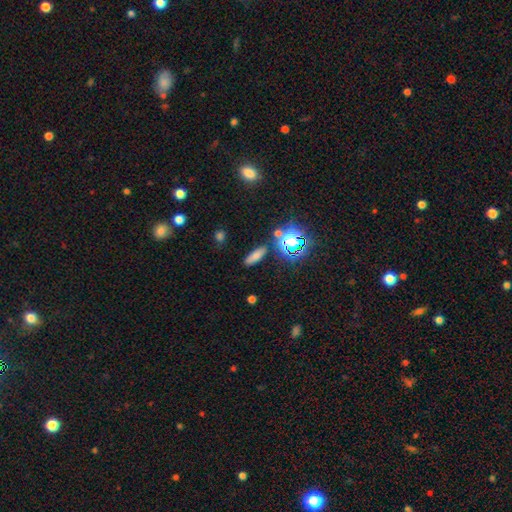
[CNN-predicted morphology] Smooth or featured?
  - smooth: 67% *
  - star or artifact: 23%
  - featured or disk: 10%
How rounded?
  - in between: 47% *
  - cigar-shaped: 46%
  - round: 7%
Merging?
  - none: 82% *
  - minor disturbance: 10%
  - merger: 4%
  - major disturbance: 3%